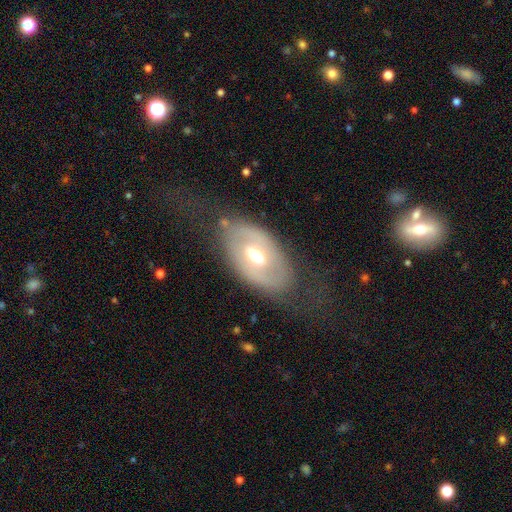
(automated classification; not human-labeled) A featured or disk galaxy (55%). Merging: none (65%).